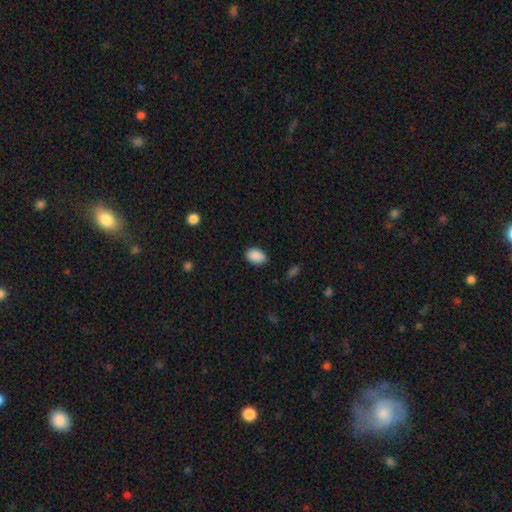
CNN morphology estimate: The model was most divided on "how rounded": in between: 85%, round: 13%, cigar-shaped: 1%. More confident: smooth or featured — smooth (90%); merging — none (85%).